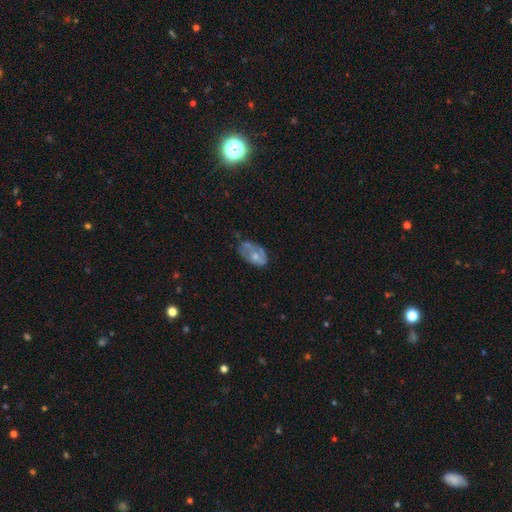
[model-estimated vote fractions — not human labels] The model was most divided on "merging": minor disturbance: 36%, none: 35%, major disturbance: 24%, merger: 4%. More confident: how rounded — in between (91%); smooth or featured — smooth (52%).